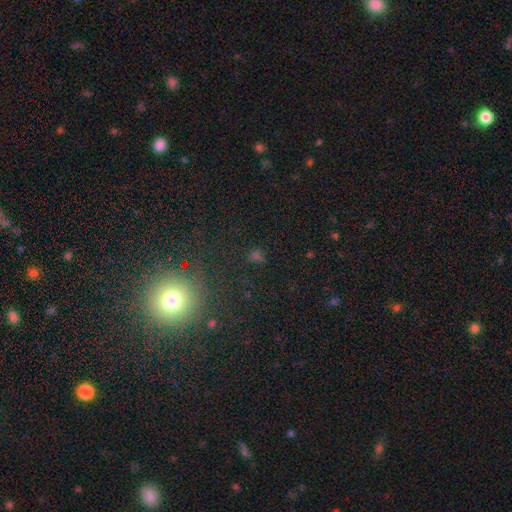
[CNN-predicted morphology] type=star or artifact (49%).